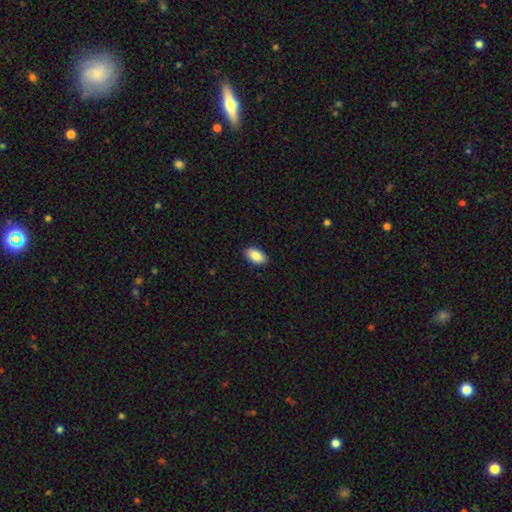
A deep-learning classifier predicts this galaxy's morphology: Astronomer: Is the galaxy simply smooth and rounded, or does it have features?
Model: smooth — 88%.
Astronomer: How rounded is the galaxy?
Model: in between — 94%.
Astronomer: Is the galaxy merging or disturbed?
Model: none — 90%.